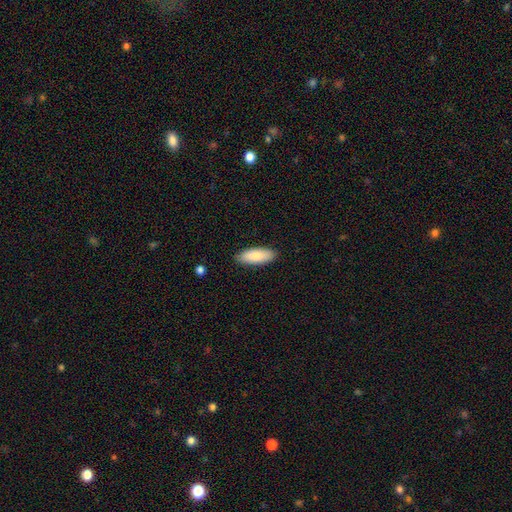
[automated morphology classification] The model was most divided on "how rounded": in between: 75%, cigar-shaped: 23%, round: 2%. More confident: merging — none (88%); smooth or featured — smooth (85%).